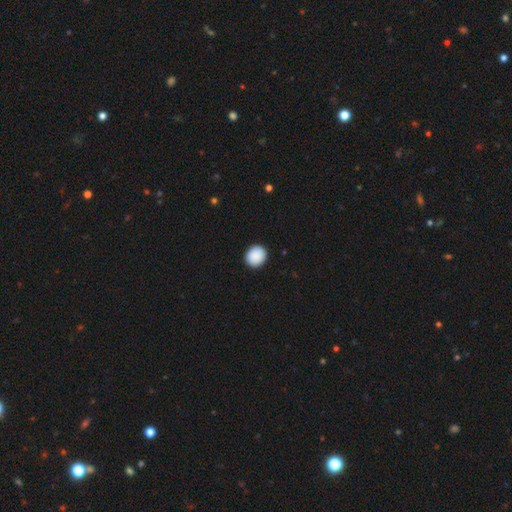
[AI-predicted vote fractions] Smooth or featured? Predicted: smooth (p=0.91). How rounded? Predicted: round (p=0.81). Merging? Predicted: none (p=0.92).